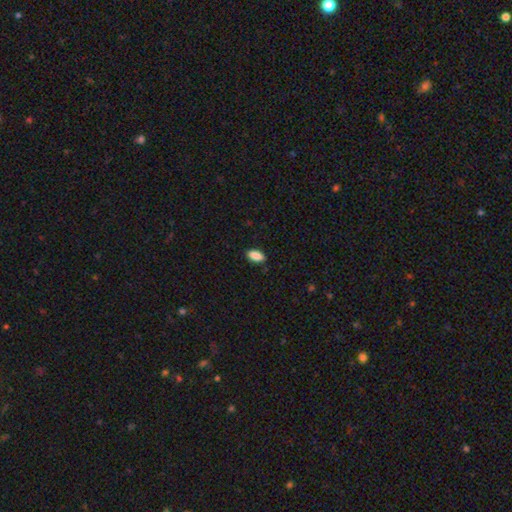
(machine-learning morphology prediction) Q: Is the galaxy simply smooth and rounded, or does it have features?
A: smooth — 89%.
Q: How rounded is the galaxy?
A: in between — 90%.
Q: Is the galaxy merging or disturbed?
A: none — 87%.